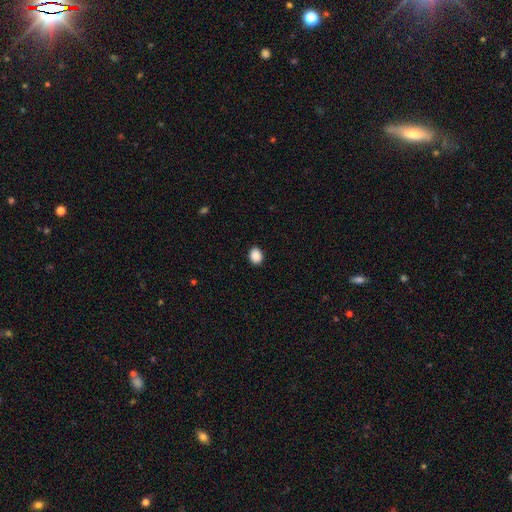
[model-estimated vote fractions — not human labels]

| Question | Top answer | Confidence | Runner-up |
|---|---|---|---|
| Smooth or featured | smooth | 89% | star or artifact (8%) |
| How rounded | in between | 52% | round (47%) |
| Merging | none | 91% | minor disturbance (7%) |